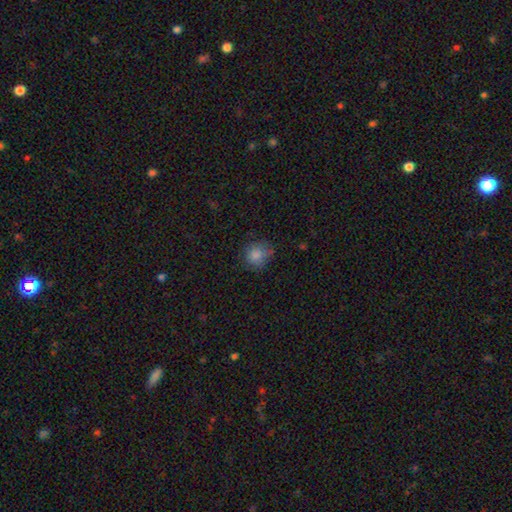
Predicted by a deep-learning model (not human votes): The model was most divided on "merging": none: 68%, minor disturbance: 24%, major disturbance: 7%, merger: 2%. More confident: smooth or featured — smooth (81%); how rounded — round (78%).